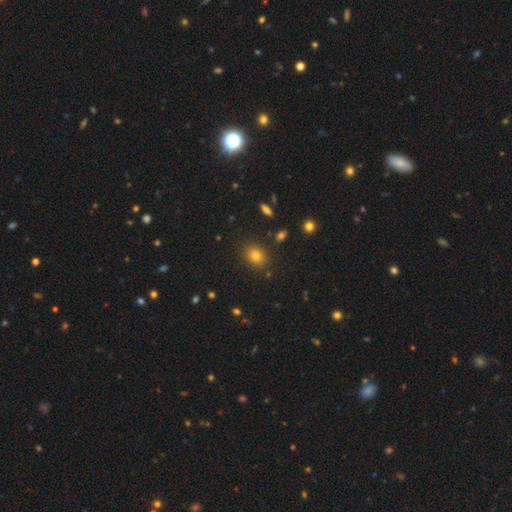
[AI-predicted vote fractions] A smooth galaxy with no disk features (77%) that is round (59%).

Vote fractions:
- Smooth or featured? smooth: 77% / star or artifact: 16% / featured or disk: 7%
- How rounded? round: 59% / in between: 40% / cigar-shaped: 1%
- Merging? none: 86% / minor disturbance: 8% / major disturbance: 3% / merger: 3%